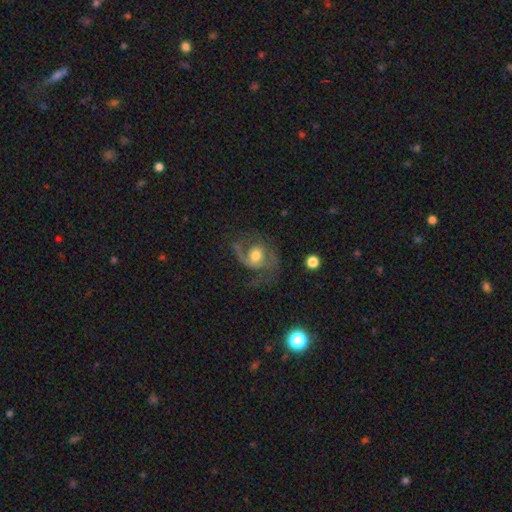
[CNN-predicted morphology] Q: Smooth or featured?
A: featured or disk (74%); runner-up: smooth (19%)
Q: Edge-on disk?
A: no (97%); runner-up: yes (3%)
Q: Bar?
A: no (69%); runner-up: weak (26%)
Q: Spiral arms?
A: yes (88%); runner-up: no (12%)
Q: Spiral winding?
A: medium (46%); runner-up: loose (35%)
Q: Spiral arm count?
A: 2 (56%); runner-up: 1 (23%)
Q: Bulge size?
A: moderate (67%); runner-up: large (17%)
Q: Merging?
A: none (45%); runner-up: major disturbance (34%)